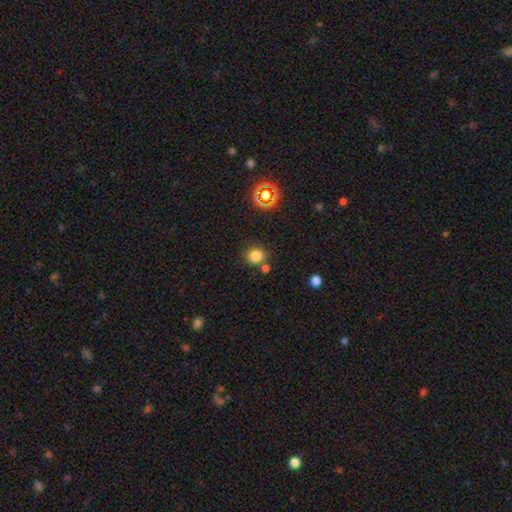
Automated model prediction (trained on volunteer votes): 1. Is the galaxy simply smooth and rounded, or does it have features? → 80% smooth, 15% star or artifact, 5% featured or disk.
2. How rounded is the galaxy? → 83% round, 16% in between, 1% cigar-shaped.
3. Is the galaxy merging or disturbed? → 74% none, 13% merger, 10% minor disturbance, 3% major disturbance.